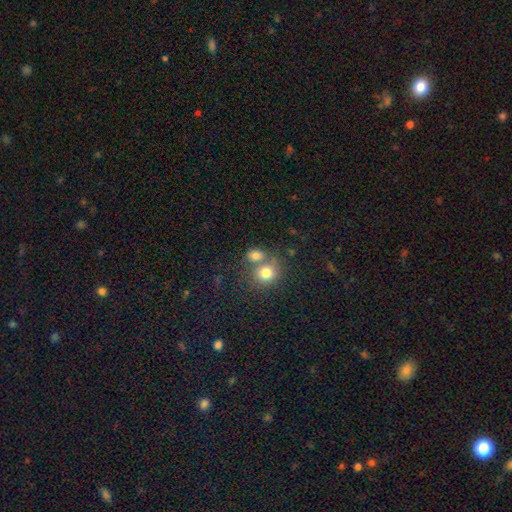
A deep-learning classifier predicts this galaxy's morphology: The model was most divided on "merging": merger: 45%, none: 42%, minor disturbance: 9%, major disturbance: 4%. More confident: smooth or featured — smooth (76%); how rounded — round (61%).